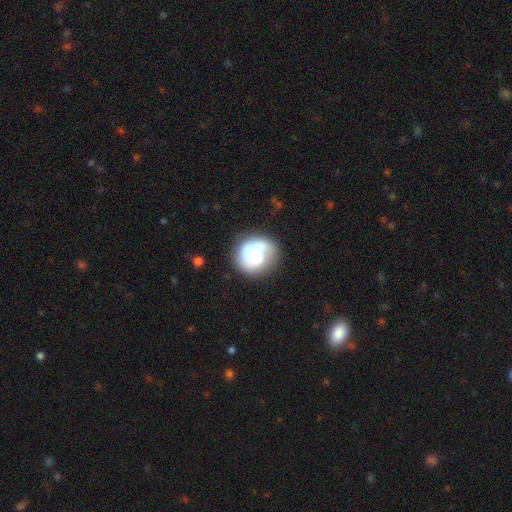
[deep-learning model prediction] A smooth galaxy with no disk features (48%). Merging: none (60%).